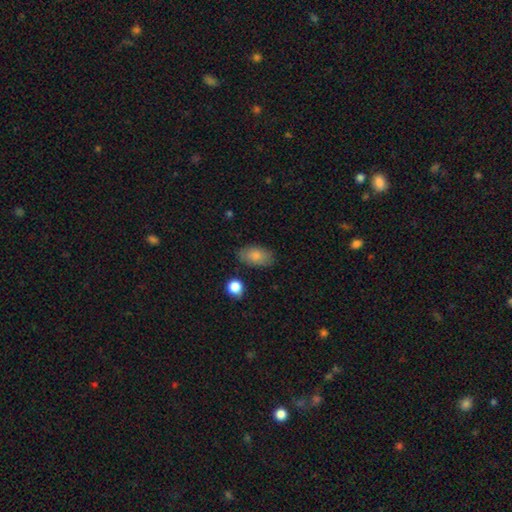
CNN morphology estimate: Smooth or featured? Predicted: smooth (p=0.83). How rounded? Predicted: in between (p=0.92). Merging? Predicted: none (p=0.79).